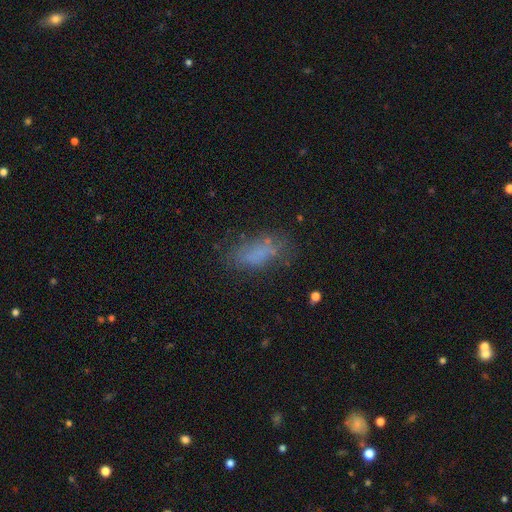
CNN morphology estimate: Smooth or featured? Predicted: smooth (p=0.65). How rounded? Predicted: in between (p=0.80). Merging? Predicted: none (p=0.61).